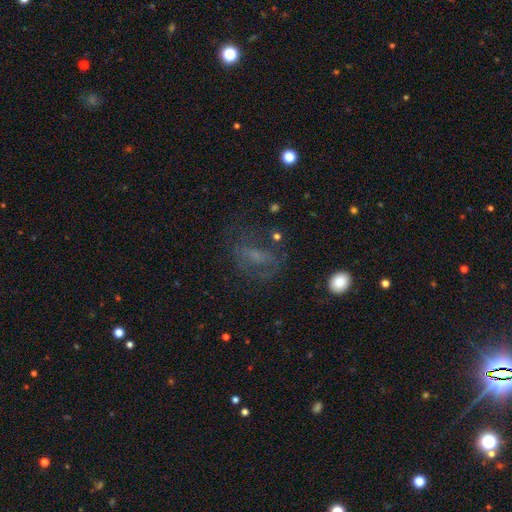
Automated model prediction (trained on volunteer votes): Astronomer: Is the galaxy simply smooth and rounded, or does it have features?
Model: featured or disk — 41% (runner-up: smooth, 36%).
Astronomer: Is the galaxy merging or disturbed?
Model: none — 56%.